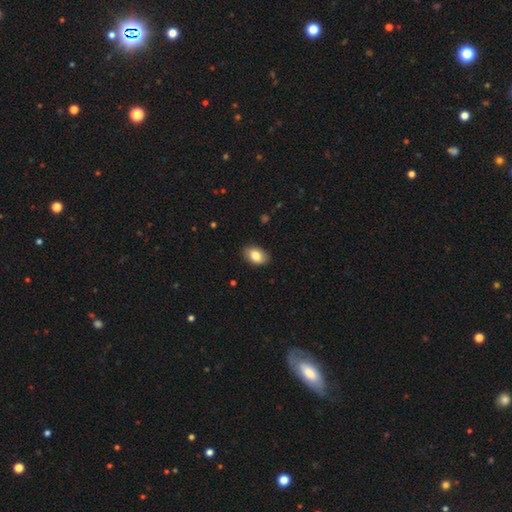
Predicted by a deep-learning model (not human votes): smooth 83%, featured or disk 10%, star or artifact 7%. Down the decision tree: how rounded — in between (86%); merging — none (86%).